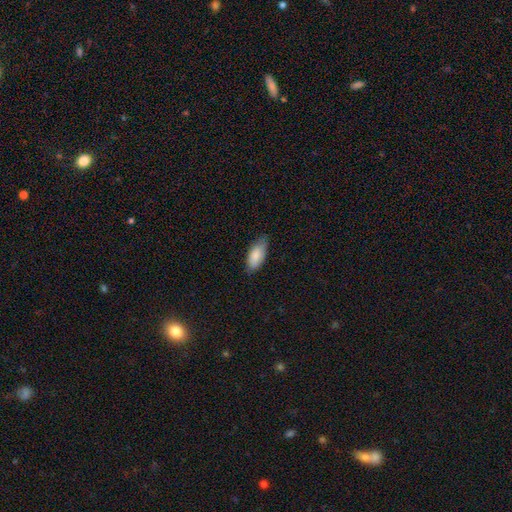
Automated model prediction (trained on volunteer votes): smooth 86%, featured or disk 9%, star or artifact 6%. Down the decision tree: how rounded — in between (87%); merging — none (76%).